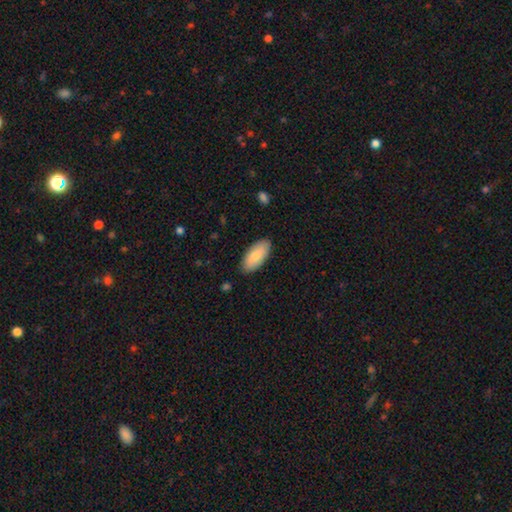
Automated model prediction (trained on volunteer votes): smooth-or-featured: smooth: 80% | featured or disk: 15% | star or artifact: 6%
  how-rounded: in between: 91% | cigar-shaped: 7% | round: 2%
  merging: none: 86% | minor disturbance: 11% | major disturbance: 2% | merger: 1%